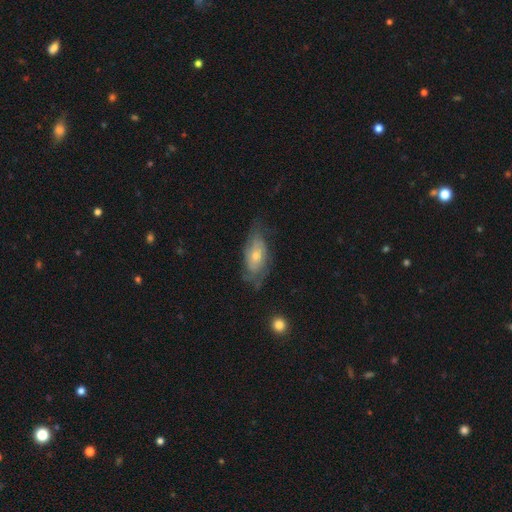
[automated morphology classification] Smooth or featured? Predicted: featured or disk (p=0.59). Edge-on disk? Predicted: no (p=0.86). Bar? Predicted: no (p=0.77). Spiral arms? Predicted: yes (p=0.76). Bulge size? Predicted: moderate (p=0.50). Merging? Predicted: none (p=0.59).